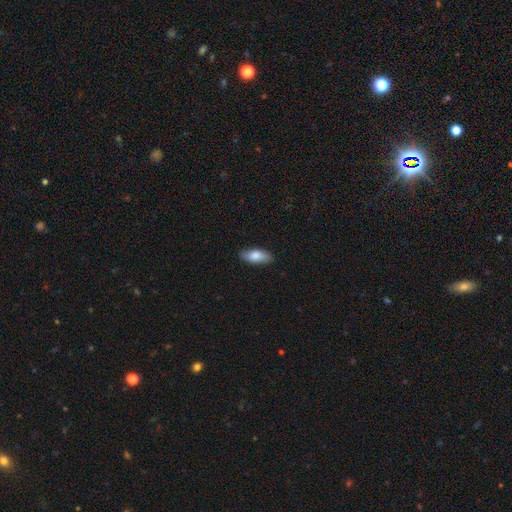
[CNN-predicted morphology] This appears to be a smooth galaxy with no disk features (80%) that is in between round and cigar-shaped (79%). Merging: none (85%).